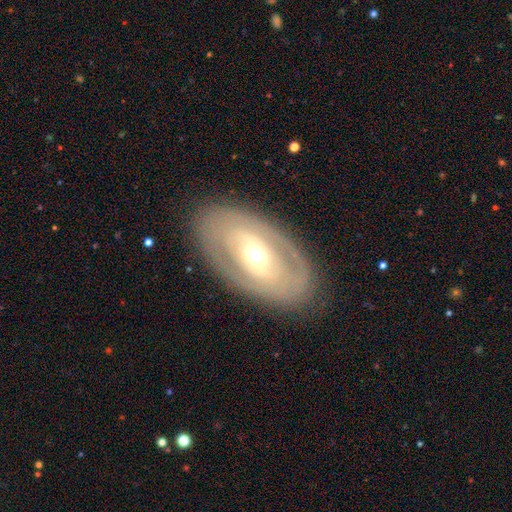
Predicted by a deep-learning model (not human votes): smooth_or_featured: featured or disk (p=0.69) [alt: smooth p=0.25]
disk_edge_on: no (p=0.90) [alt: yes p=0.10]
bar: no (p=0.53) [alt: weak p=0.28]
has_spiral_arms: no (p=0.59) [alt: yes p=0.41]
bulge_size: moderate (p=0.65) [alt: small p=0.24]
merging: none (p=0.83) [alt: minor disturbance p=0.11]